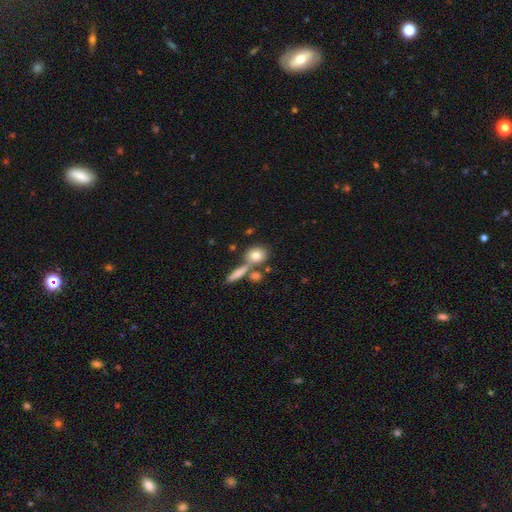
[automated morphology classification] A smooth galaxy with no disk features (79%) that is round (64%).

Vote fractions:
- Smooth or featured? smooth: 79% / featured or disk: 12% / star or artifact: 9%
- How rounded? round: 64% / in between: 30% / cigar-shaped: 5%
- Merging? none: 57% / merger: 28% / minor disturbance: 10% / major disturbance: 4%